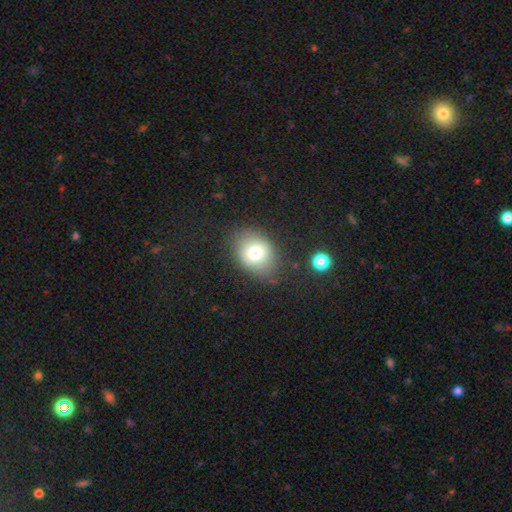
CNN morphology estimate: Q: Smooth or featured?
A: smooth (77%); runner-up: featured or disk (12%)
Q: How rounded?
A: in between (58%); runner-up: round (41%)
Q: Merging?
A: none (76%); runner-up: minor disturbance (16%)